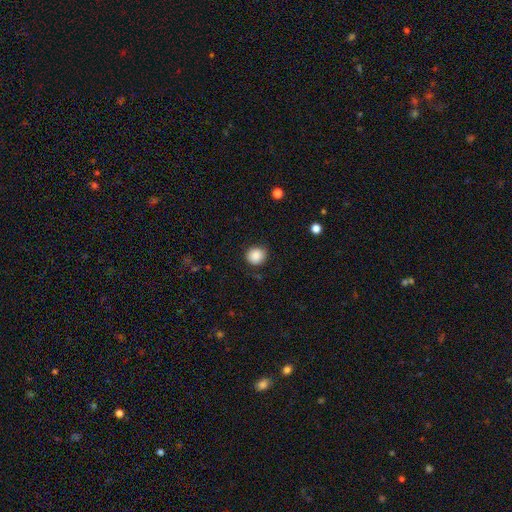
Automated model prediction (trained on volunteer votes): A smooth galaxy with no disk features (88%) that is round (87%).

Vote fractions:
- Smooth or featured? smooth: 88% / star or artifact: 9% / featured or disk: 3%
- How rounded? round: 87% / in between: 12% / cigar-shaped: 1%
- Merging? none: 87% / minor disturbance: 9% / major disturbance: 3% / merger: 1%